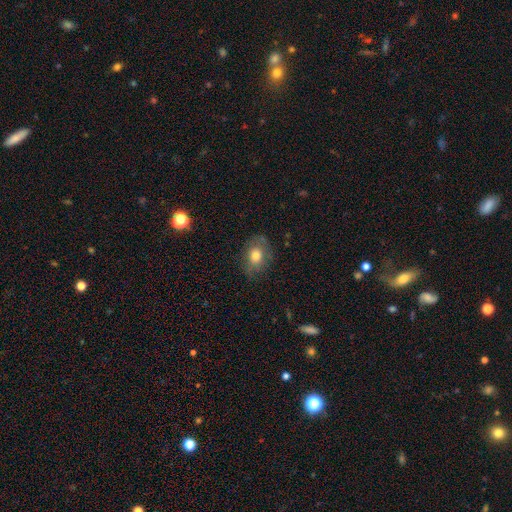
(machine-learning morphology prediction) This is likely a smooth galaxy (71%). How rounded: possibly in between (57%). Merging: likely none (73%).